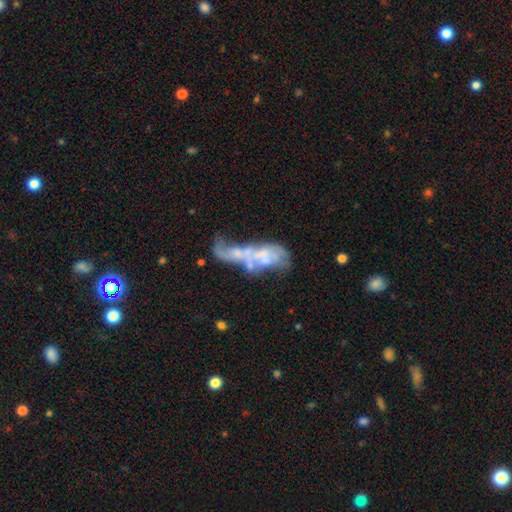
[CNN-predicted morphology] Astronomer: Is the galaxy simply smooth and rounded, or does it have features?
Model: featured or disk — 61%.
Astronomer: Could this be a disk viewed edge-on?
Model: no — 91%.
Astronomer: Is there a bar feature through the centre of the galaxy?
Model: no — 80%.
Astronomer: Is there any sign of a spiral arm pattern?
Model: no — 67%.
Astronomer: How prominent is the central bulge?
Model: none — 47% (runner-up: small, 29%).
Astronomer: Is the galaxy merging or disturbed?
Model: merger — 55%.